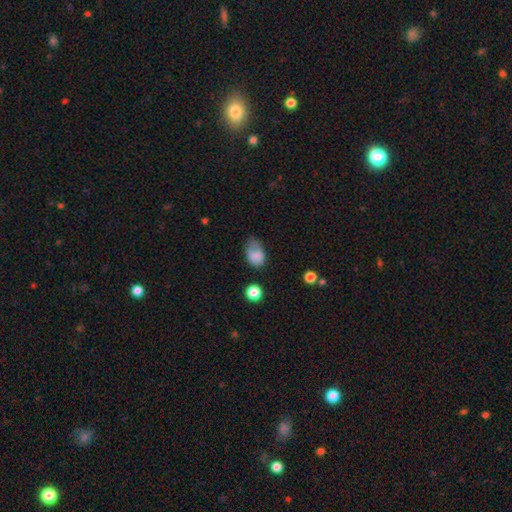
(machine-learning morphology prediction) A smooth galaxy with no disk features (75%) that is in between round and cigar-shaped (82%).

Vote fractions:
- Smooth or featured? smooth: 75% / featured or disk: 14% / star or artifact: 11%
- How rounded? in between: 82% / round: 16% / cigar-shaped: 1%
- Merging? minor disturbance: 38% / none: 37% / major disturbance: 21% / merger: 4%